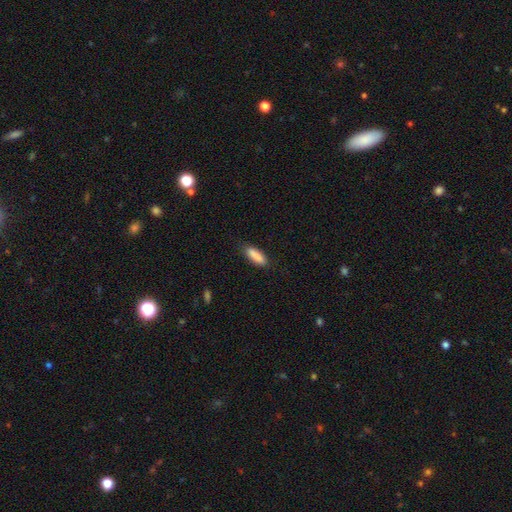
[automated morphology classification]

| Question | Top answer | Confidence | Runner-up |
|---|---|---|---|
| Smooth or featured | smooth | 88% | star or artifact (7%) |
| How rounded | in between | 50% | cigar-shaped (49%) |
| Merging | none | 84% | minor disturbance (12%) |